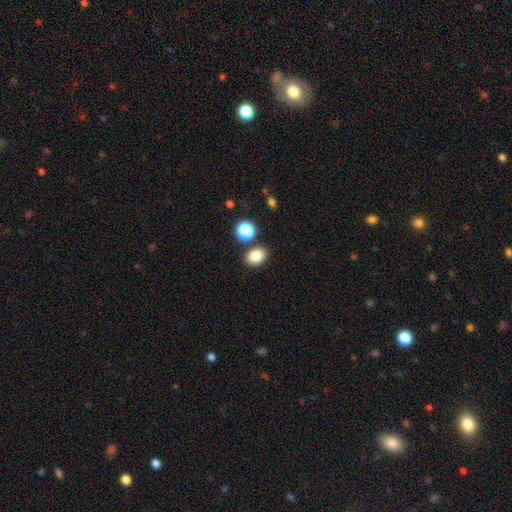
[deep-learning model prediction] The model was most divided on "how rounded": in between: 63%, round: 36%, cigar-shaped: 1%. More confident: smooth or featured — smooth (84%); merging — none (81%).